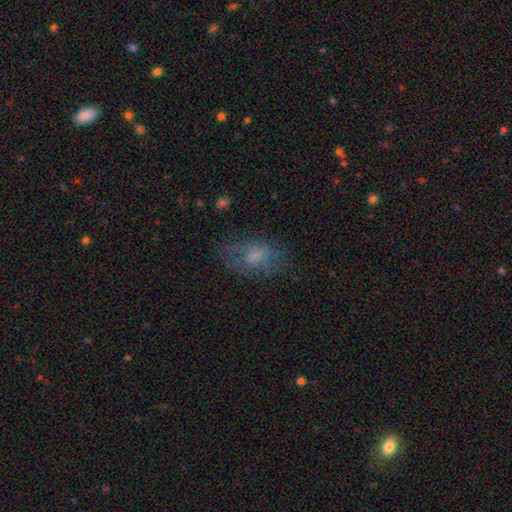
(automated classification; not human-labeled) Overall: smooth (61%; featured or disk 28%). How rounded: in between (81%). Merging: none (53%; minor disturbance 23%).